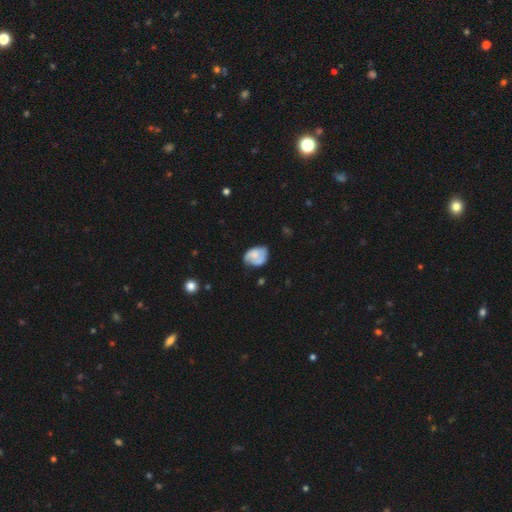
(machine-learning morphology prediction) Smooth or featured?
  - smooth: 52% *
  - featured or disk: 41%
  - star or artifact: 7%
How rounded?
  - in between: 70% *
  - round: 29%
  - cigar-shaped: 1%
Merging?
  - none: 48% *
  - minor disturbance: 35%
  - major disturbance: 13%
  - merger: 5%